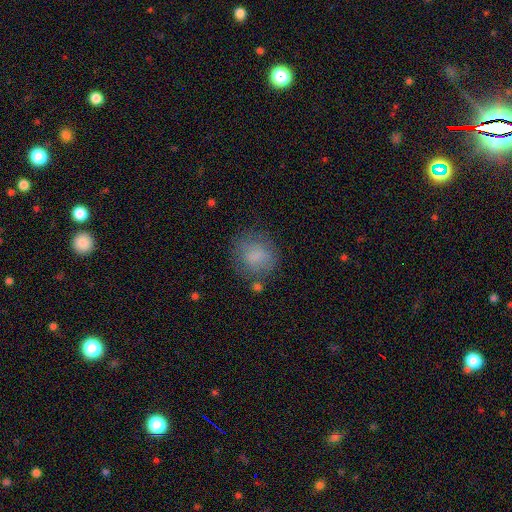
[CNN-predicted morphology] smooth_or_featured: smooth (p=0.78) [alt: featured or disk p=0.13]
how_rounded: round (p=0.76) [alt: in between p=0.23]
merging: none (p=0.69) [alt: minor disturbance p=0.18]